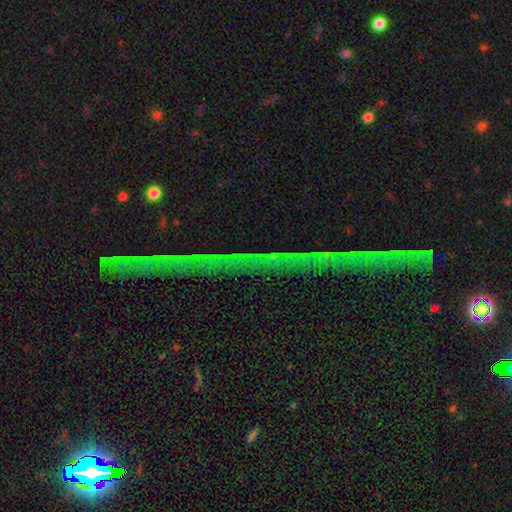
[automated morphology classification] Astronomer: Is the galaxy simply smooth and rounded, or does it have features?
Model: star or artifact — 74%.